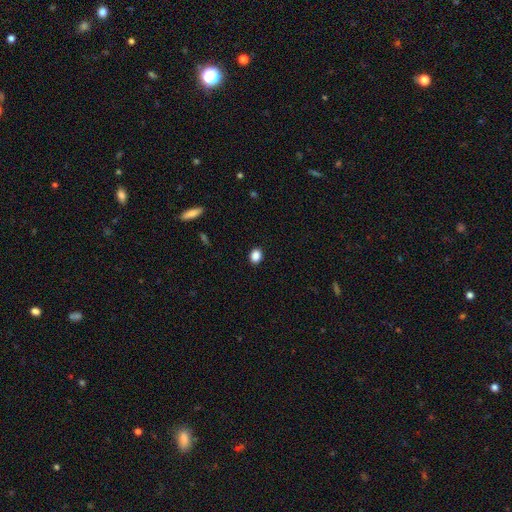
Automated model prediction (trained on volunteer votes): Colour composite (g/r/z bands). It shows a smooth galaxy with no disk features (88%) that is in between round and cigar-shaped (53%). Merging: none (90%).